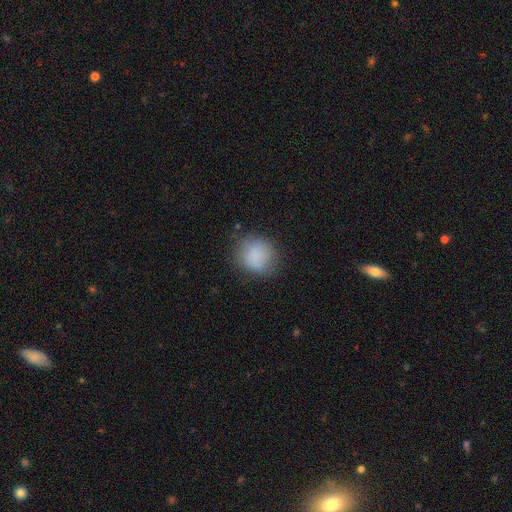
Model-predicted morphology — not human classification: This appears to be a smooth galaxy with no disk features (84%) that is round (78%). Merging: none (70%).